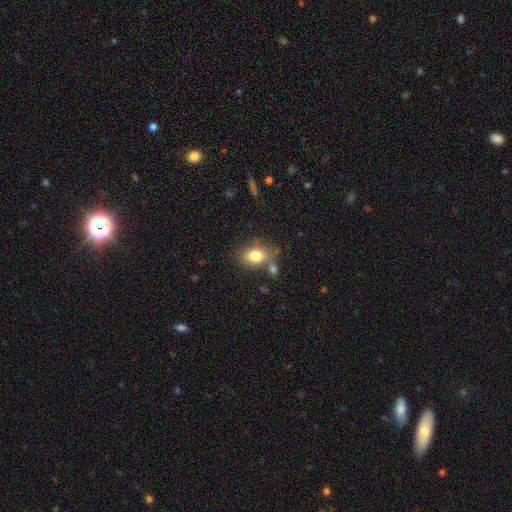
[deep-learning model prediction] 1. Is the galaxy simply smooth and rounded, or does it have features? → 80% smooth, 11% featured or disk, 9% star or artifact.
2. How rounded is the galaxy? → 76% in between, 23% round, 2% cigar-shaped.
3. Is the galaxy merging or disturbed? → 62% none, 17% minor disturbance, 15% merger, 6% major disturbance.